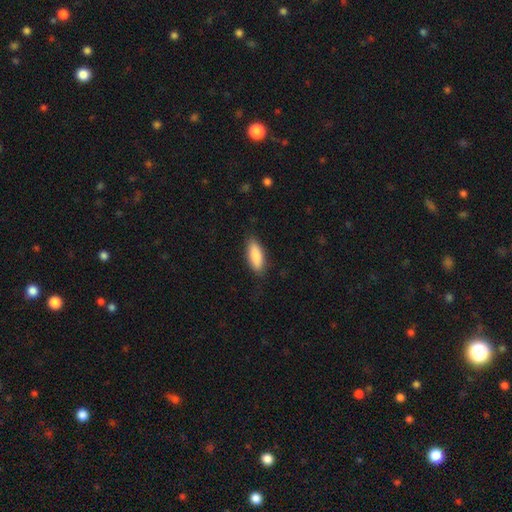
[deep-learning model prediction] This appears to be a smooth galaxy with no disk features (86%) that is in between round and cigar-shaped (70%). Merging: none (84%).